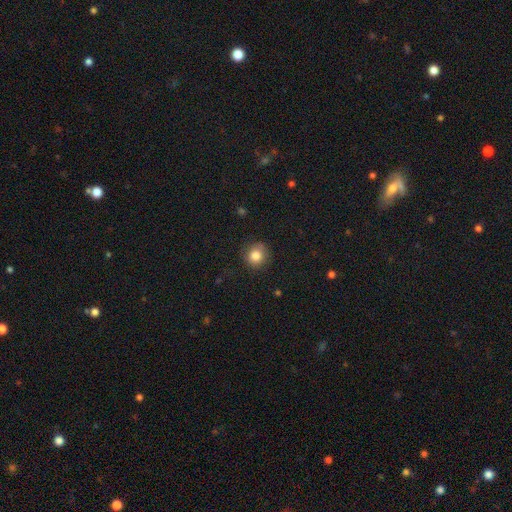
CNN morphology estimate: Overall: smooth (84%). How rounded: round (89%). Merging: none (82%).